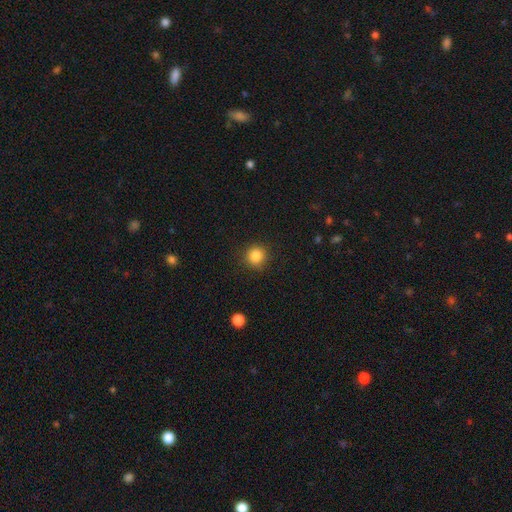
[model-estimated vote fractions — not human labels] Morphology: type=smooth (84%); roundness=round (93%); merging=none (90%).